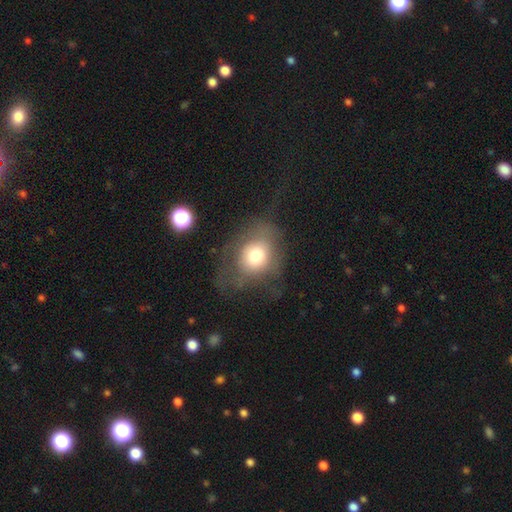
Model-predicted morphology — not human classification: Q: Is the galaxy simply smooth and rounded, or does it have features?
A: smooth — 67%.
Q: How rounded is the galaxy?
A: round — 57%.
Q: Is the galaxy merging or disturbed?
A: none — 46%.